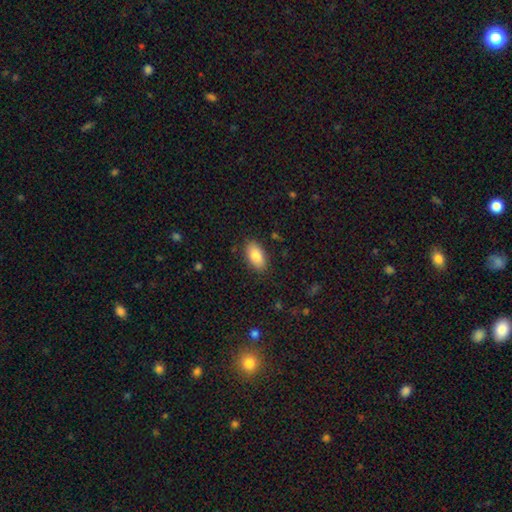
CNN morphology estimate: A smooth galaxy with no disk features (85%) that is in between round and cigar-shaped (93%).

Vote fractions:
- Smooth or featured? smooth: 85% / featured or disk: 9% / star or artifact: 7%
- How rounded? in between: 93% / round: 4% / cigar-shaped: 3%
- Merging? none: 86% / minor disturbance: 10% / major disturbance: 3% / merger: 1%